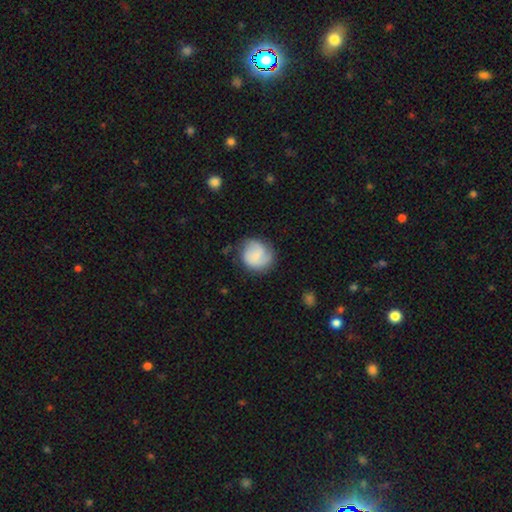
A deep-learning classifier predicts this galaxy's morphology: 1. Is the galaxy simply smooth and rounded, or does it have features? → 53% smooth, 40% featured or disk, 7% star or artifact.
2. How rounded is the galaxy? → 82% round, 17% in between, 1% cigar-shaped.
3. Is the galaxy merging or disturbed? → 66% none, 23% minor disturbance, 9% major disturbance, 2% merger.